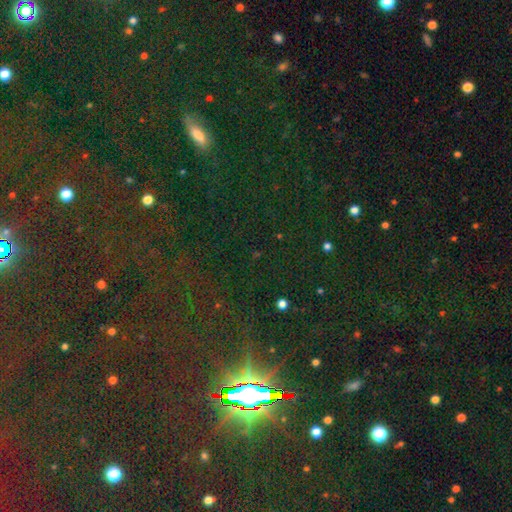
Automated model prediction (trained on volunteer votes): smooth-or-featured: star or artifact: 81% | smooth: 11% | featured or disk: 8%